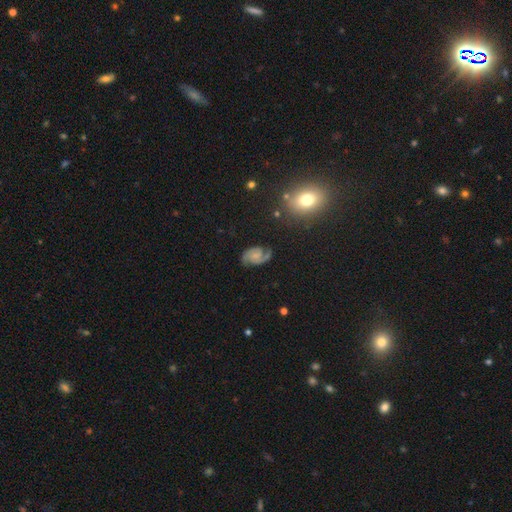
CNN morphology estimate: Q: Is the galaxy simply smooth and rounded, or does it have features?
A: featured or disk — 75%.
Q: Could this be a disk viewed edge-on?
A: no — 97%.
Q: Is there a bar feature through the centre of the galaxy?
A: no — 60%.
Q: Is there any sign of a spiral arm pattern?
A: yes — 95%.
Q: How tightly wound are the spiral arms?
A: medium — 49%.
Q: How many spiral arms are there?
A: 2 — 84%.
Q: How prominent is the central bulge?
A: small — 44%.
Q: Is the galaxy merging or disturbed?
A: none — 67%.